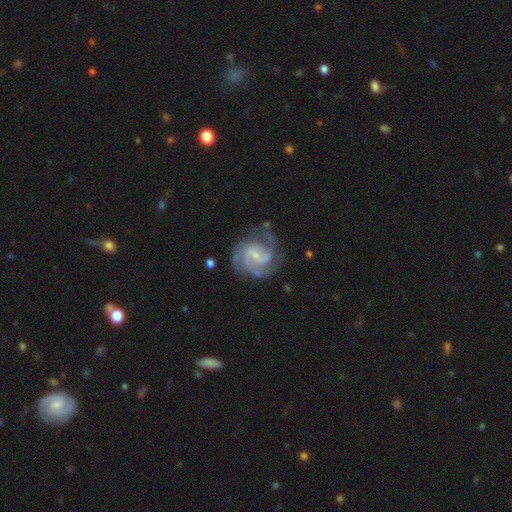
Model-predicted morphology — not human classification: A featured or disk galaxy (88%) with a weak bar (53%), 2 (46%) medium (48%) spiral arms (97%) and a small central bulge (74%).

Vote fractions:
- Smooth or featured? featured or disk: 88% / smooth: 7% / star or artifact: 5%
- Edge-on disk? no: 98% / yes: 2%
- Bar? weak: 53% / no: 34% / strong: 13%
- Spiral arms? yes: 97% / no: 3%
- Spiral winding? medium: 48% / tight: 42% / loose: 10%
- Spiral arm count? 2: 46% / 3: 26% / can't tell: 14% / 4: 5% / 1: 4% / more than 4: 4%
- Bulge size? small: 74% / moderate: 19% / none: 5% / large: 1% / dominant: 1%
- Merging? none: 69% / minor disturbance: 19% / major disturbance: 10% / merger: 2%